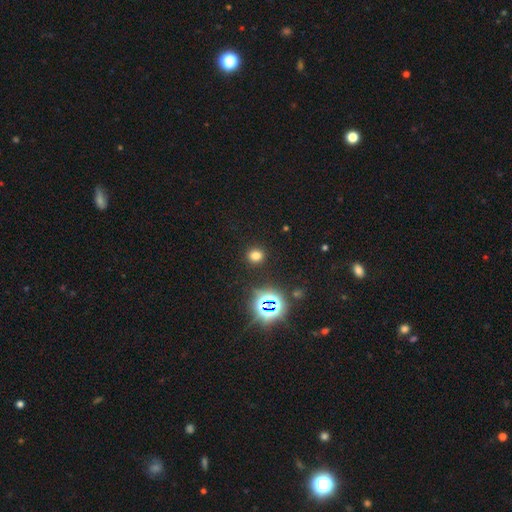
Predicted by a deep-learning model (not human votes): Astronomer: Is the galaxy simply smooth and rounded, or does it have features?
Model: smooth — 70%.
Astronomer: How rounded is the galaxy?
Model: round — 73%.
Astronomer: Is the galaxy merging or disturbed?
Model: none — 89%.